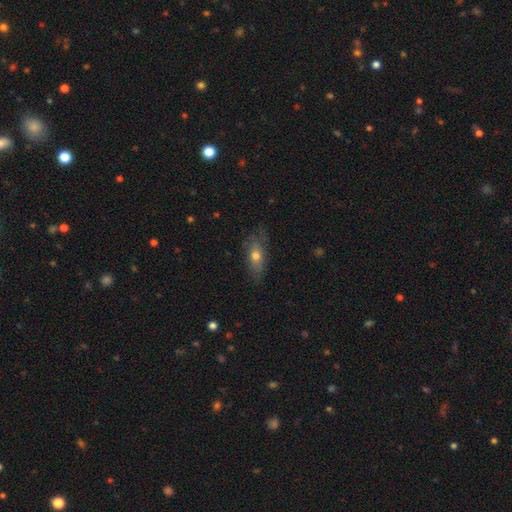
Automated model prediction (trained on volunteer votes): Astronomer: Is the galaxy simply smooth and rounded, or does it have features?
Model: smooth — 52% (runner-up: featured or disk, 39%).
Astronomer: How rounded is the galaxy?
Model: in between — 66%.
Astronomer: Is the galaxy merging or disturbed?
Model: none — 72%.